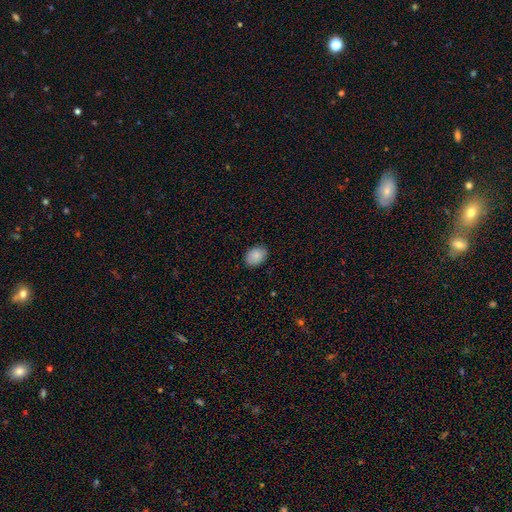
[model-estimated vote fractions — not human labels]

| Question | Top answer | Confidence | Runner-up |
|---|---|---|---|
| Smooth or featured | smooth | 88% | star or artifact (7%) |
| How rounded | in between | 74% | round (25%) |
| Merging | none | 86% | minor disturbance (11%) |